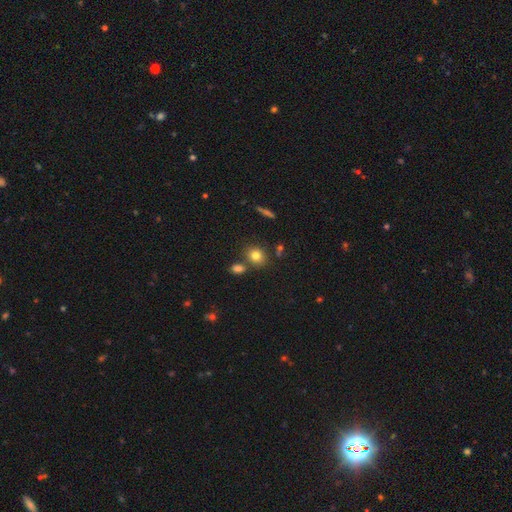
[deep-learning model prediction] Smooth or featured?
  - smooth: 79% *
  - star or artifact: 12%
  - featured or disk: 9%
How rounded?
  - round: 59% *
  - in between: 40%
  - cigar-shaped: 1%
Merging?
  - none: 71% *
  - merger: 15%
  - minor disturbance: 11%
  - major disturbance: 3%